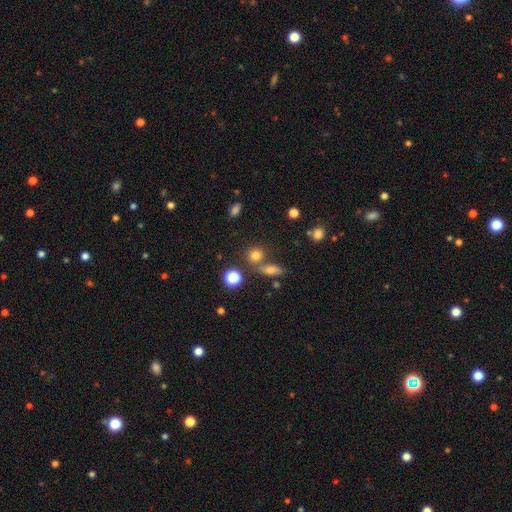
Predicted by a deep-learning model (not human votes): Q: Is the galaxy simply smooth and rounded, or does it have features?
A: smooth — 75%.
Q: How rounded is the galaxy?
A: round — 79%.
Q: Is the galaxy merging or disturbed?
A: none — 65%.